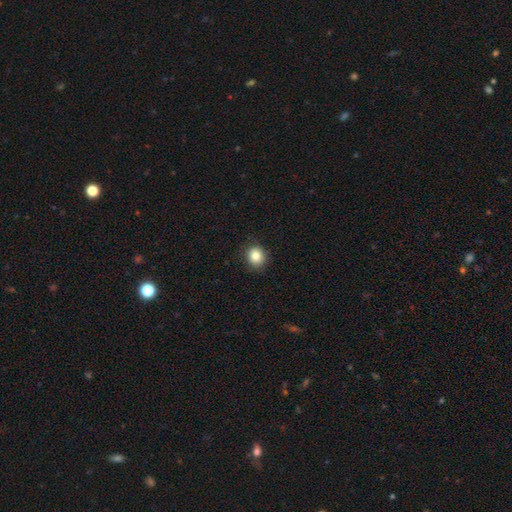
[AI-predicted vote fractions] Q: Smooth or featured?
A: smooth (84%); runner-up: star or artifact (10%)
Q: How rounded?
A: round (78%); runner-up: in between (21%)
Q: Merging?
A: none (89%); runner-up: minor disturbance (8%)